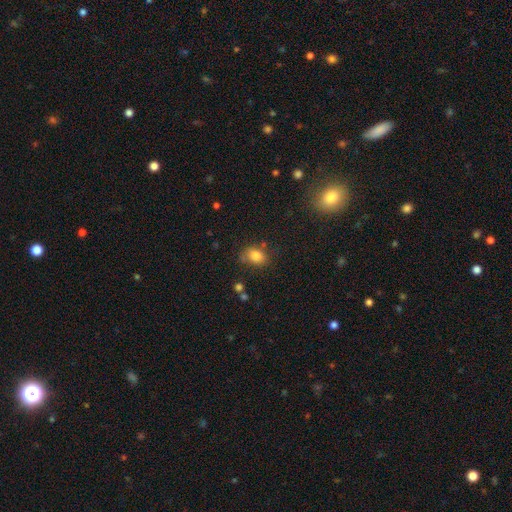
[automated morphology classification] Smooth or featured?
  - smooth: 82% *
  - star or artifact: 10%
  - featured or disk: 8%
How rounded?
  - in between: 67% *
  - round: 31%
  - cigar-shaped: 1%
Merging?
  - none: 62% *
  - minor disturbance: 24%
  - major disturbance: 8%
  - merger: 5%